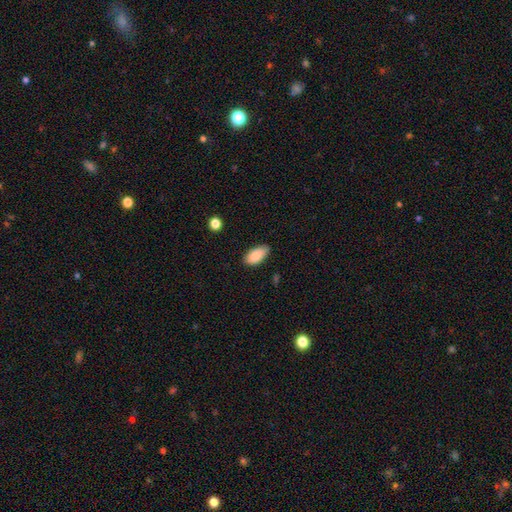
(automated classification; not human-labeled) Smooth or featured?
  - smooth: 84% *
  - featured or disk: 9%
  - star or artifact: 7%
How rounded?
  - in between: 93% *
  - cigar-shaped: 3%
  - round: 3%
Merging?
  - none: 76% *
  - minor disturbance: 20%
  - major disturbance: 3%
  - merger: 1%